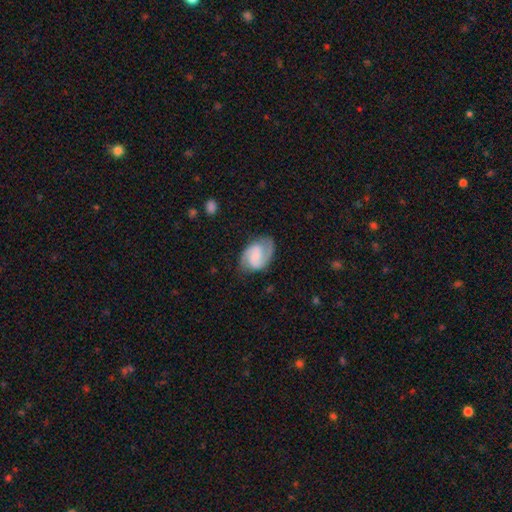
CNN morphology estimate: Overall: featured or disk (72%). Edge-on disk: no (98%). Bar: no (44%; weak 43%). Spiral arms: yes (94%). Spiral arm count: 2 (87%). Spiral winding: medium (52%; tight 28%). Bulge size: none (41%; small 31%). Merging: none (71%).